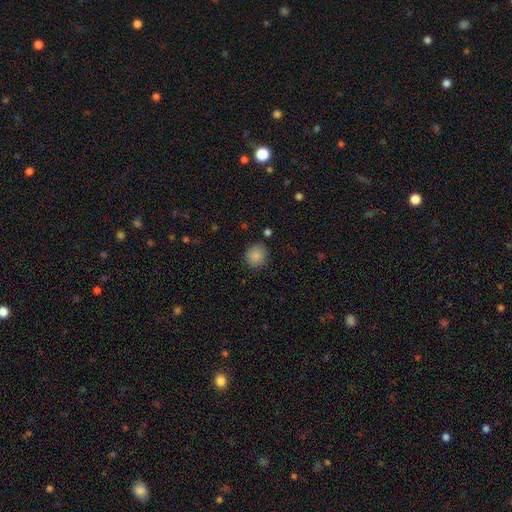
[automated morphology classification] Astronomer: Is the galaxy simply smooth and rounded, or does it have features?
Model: smooth — 86%.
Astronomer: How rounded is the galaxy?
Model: round — 87%.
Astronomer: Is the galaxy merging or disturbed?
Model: none — 84%.